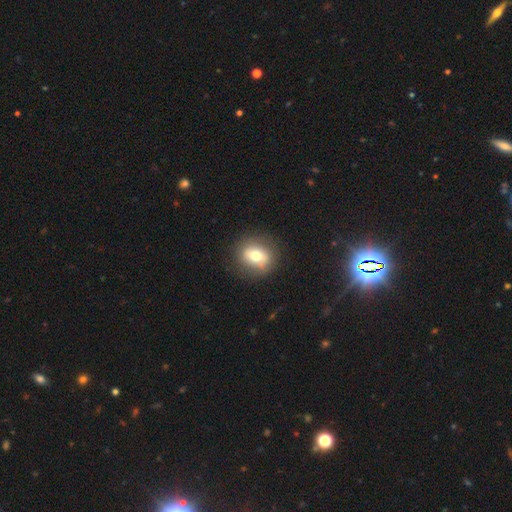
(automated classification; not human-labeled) smooth-or-featured: smooth: 63% | featured or disk: 28% | star or artifact: 9%
  how-rounded: round: 65% | in between: 34% | cigar-shaped: 2%
  merging: none: 83% | minor disturbance: 11% | major disturbance: 4% | merger: 1%